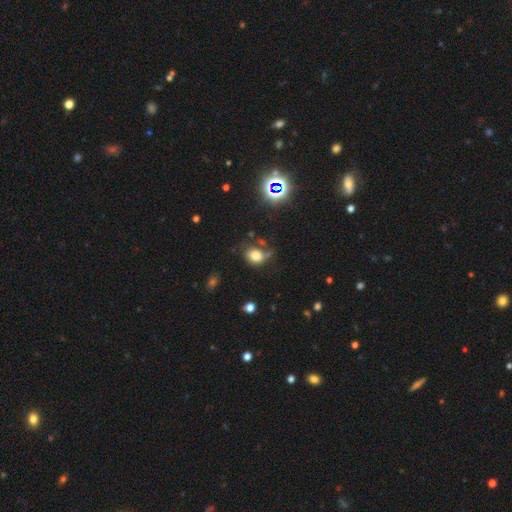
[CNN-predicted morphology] Smooth or featured? smooth (74%)
How rounded? round (50%)
Merging? none (63%)